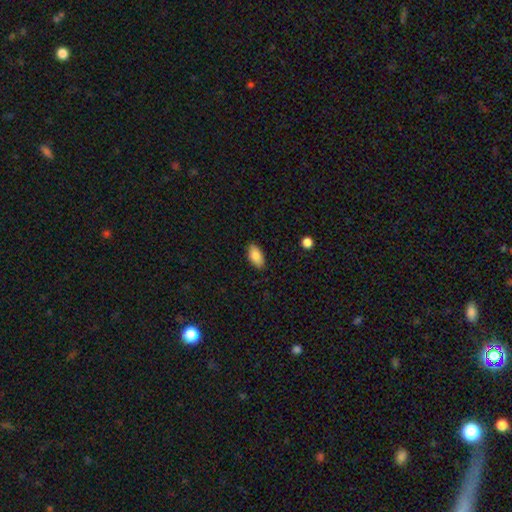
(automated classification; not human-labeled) This appears to be a smooth galaxy with no disk features (86%) that is in between round and cigar-shaped (93%). Merging: none (88%).